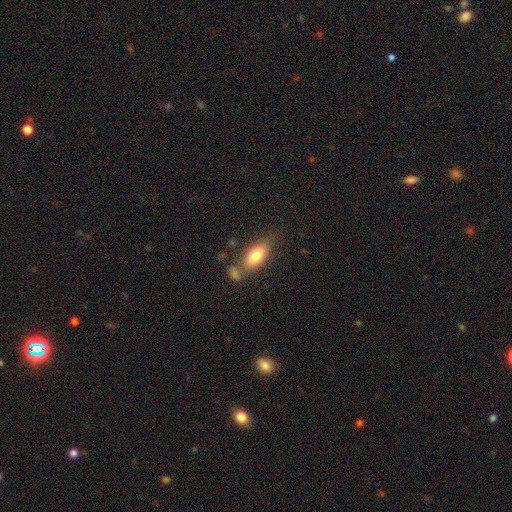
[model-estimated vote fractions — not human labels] Smooth or featured: smooth — 77% (featured or disk — 16%)
How rounded: in between — 86% (cigar-shaped — 9%)
Merging: none — 60% (minor disturbance — 17%)